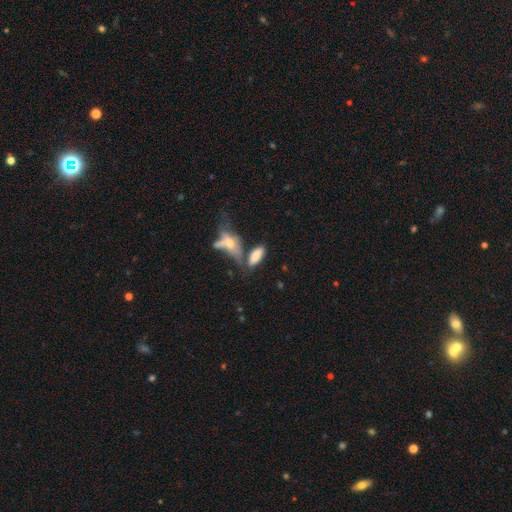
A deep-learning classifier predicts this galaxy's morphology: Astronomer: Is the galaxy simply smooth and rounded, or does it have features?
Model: smooth — 75%.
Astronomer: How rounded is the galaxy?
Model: in between — 79%.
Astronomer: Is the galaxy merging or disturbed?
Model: none — 44% (runner-up: merger, 32%).